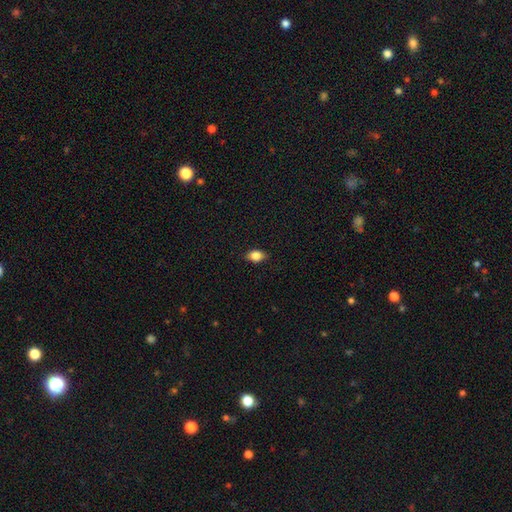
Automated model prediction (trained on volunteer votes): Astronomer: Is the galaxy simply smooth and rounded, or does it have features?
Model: smooth — 83%.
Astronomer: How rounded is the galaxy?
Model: in between — 74%.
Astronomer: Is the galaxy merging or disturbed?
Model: none — 84%.